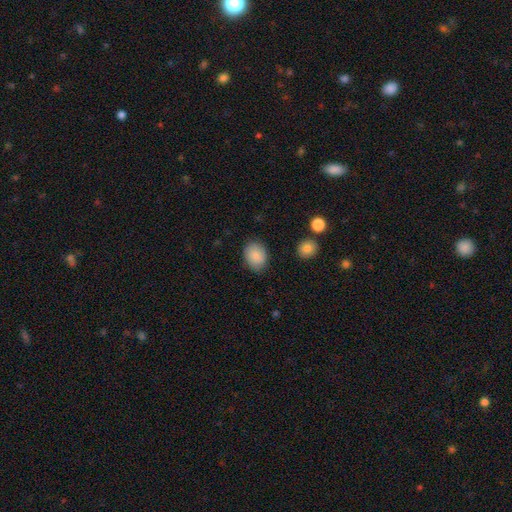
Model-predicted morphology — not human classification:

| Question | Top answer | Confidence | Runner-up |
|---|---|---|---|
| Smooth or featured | smooth | 88% | star or artifact (7%) |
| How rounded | in between | 67% | round (32%) |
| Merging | none | 84% | minor disturbance (12%) |